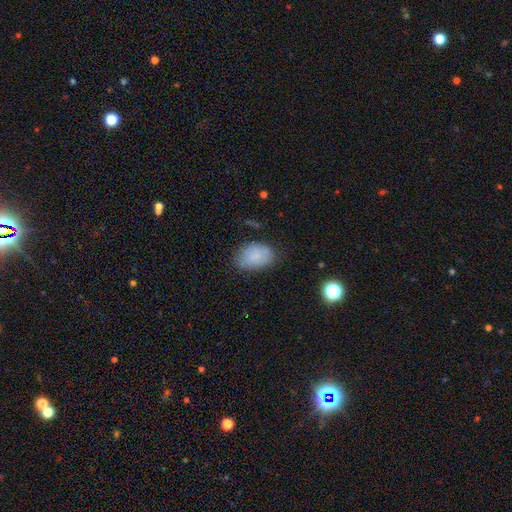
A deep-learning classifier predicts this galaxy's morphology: Smooth or featured: smooth — 82% (featured or disk — 9%)
How rounded: in between — 85% (round — 13%)
Merging: none — 74% (minor disturbance — 19%)